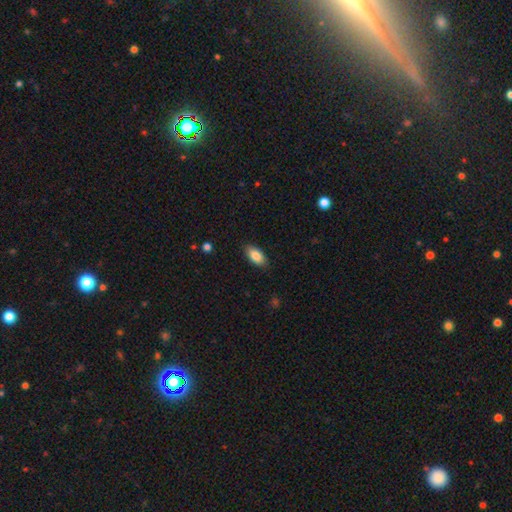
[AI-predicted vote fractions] Smooth or featured? Predicted: smooth (p=0.85). How rounded? Predicted: in between (p=0.92). Merging? Predicted: none (p=0.87).